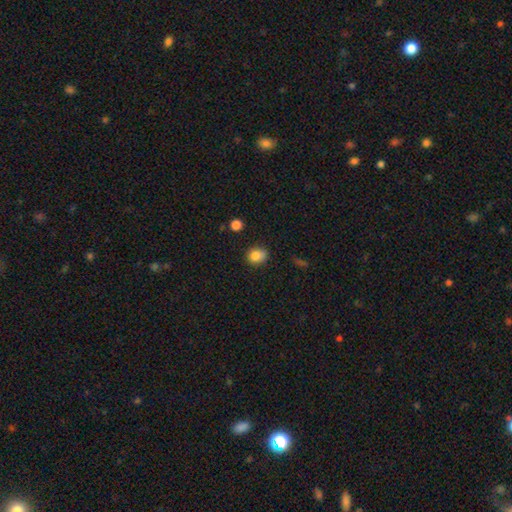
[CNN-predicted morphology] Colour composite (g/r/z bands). It shows a smooth galaxy with no disk features (82%) that is round (64%). Merging: none (69%).